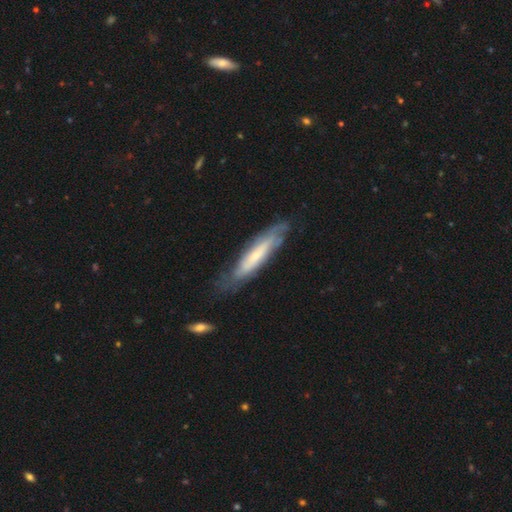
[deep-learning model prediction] Smooth or featured: featured or disk — 56% (smooth — 38%)
Edge-on disk: no — 52% (yes — 48%)
Merging: none — 66% (minor disturbance — 22%)